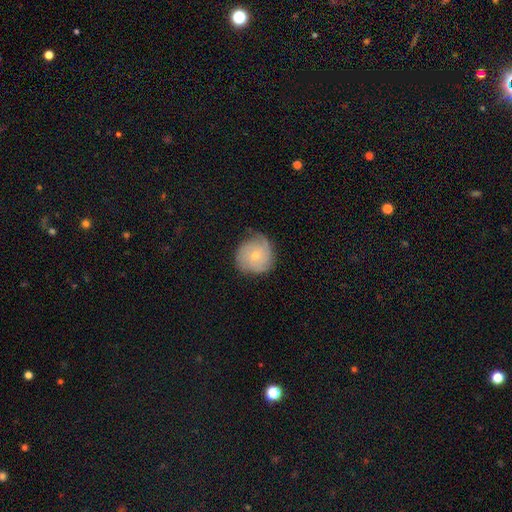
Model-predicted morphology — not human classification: Smooth or featured: featured or disk — 58% (smooth — 35%)
Edge-on disk: no — 97% (yes — 3%)
Bar: no — 80% (weak — 17%)
Spiral arms: yes — 88% (no — 12%)
Bulge size: small — 61% (moderate — 36%)
Merging: none — 68% (minor disturbance — 24%)